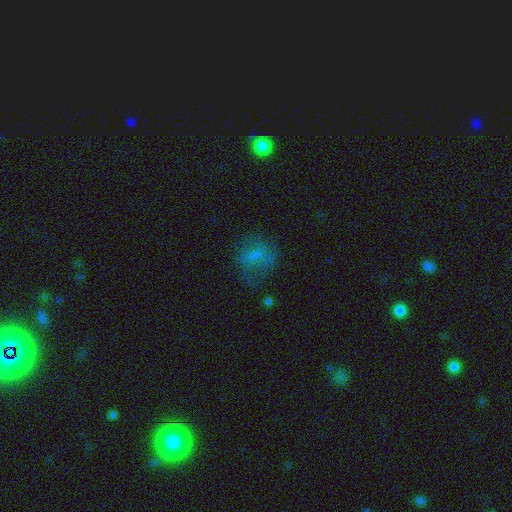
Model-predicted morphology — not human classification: smooth 53%, featured or disk 32%, star or artifact 16%. Down the decision tree: how rounded — round (53%); merging — none (50%).